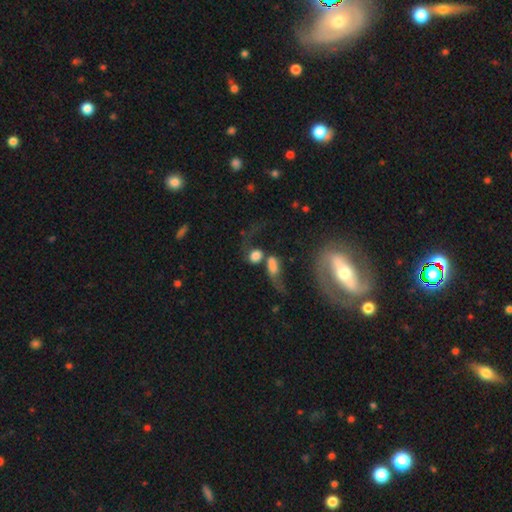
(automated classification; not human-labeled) Overall: smooth (69%). How rounded: in between (52%; round 44%). Merging: merger (46%; major disturbance 24%).